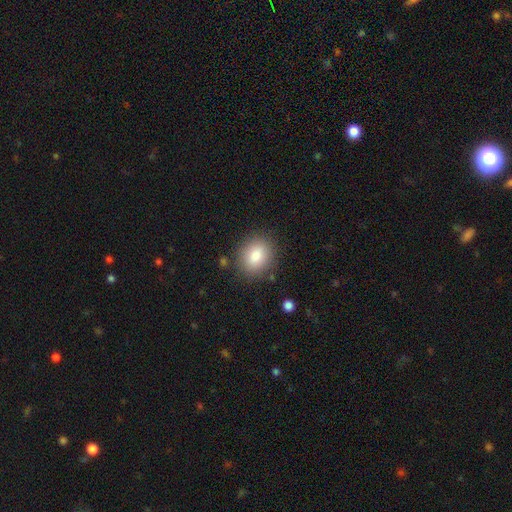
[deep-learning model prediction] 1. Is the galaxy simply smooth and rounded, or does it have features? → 84% smooth, 9% star or artifact, 8% featured or disk.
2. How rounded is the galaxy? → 57% round, 42% in between, 1% cigar-shaped.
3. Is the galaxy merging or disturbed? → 85% none, 10% minor disturbance, 3% major disturbance, 2% merger.